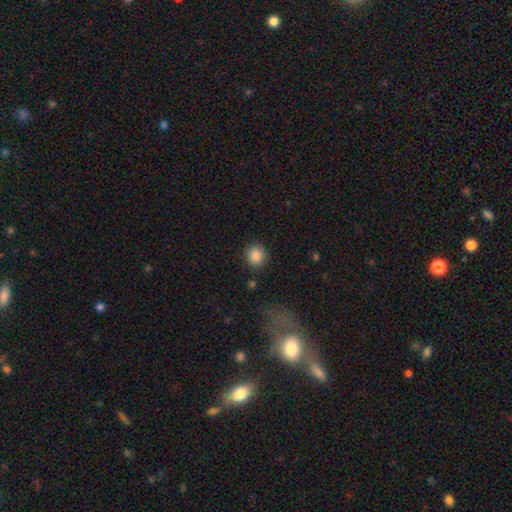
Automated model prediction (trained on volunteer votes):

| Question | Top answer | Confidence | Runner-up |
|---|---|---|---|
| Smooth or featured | smooth | 86% | star or artifact (9%) |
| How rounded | round | 84% | in between (15%) |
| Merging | none | 88% | minor disturbance (8%) |